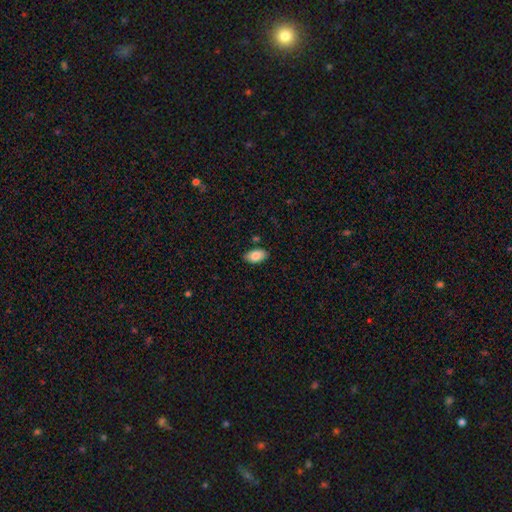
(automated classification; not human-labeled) Smooth or featured?
  - smooth: 86% *
  - featured or disk: 7%
  - star or artifact: 7%
How rounded?
  - in between: 94% *
  - round: 4%
  - cigar-shaped: 2%
Merging?
  - none: 85% *
  - minor disturbance: 11%
  - merger: 2%
  - major disturbance: 2%